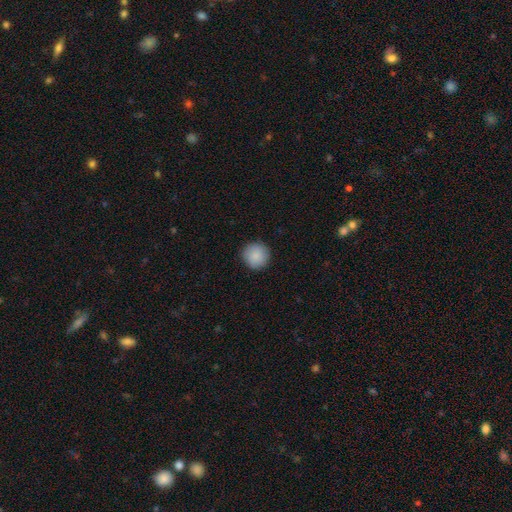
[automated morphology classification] A smooth galaxy with no disk features (88%) that is round (95%). Merging: none (90%).